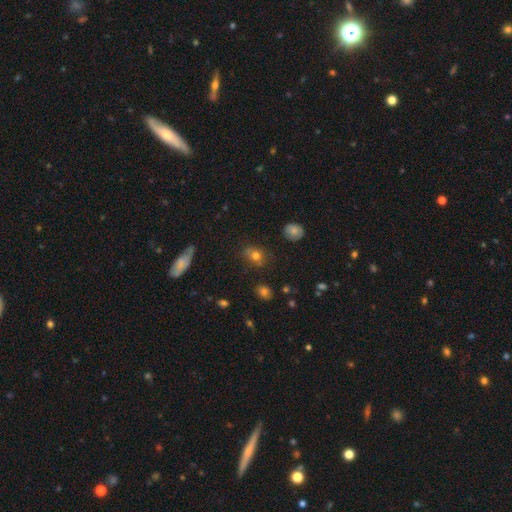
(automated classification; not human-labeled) This appears to be a smooth galaxy with no disk features (73%) that is in between round and cigar-shaped (54%). Merging: none (73%).